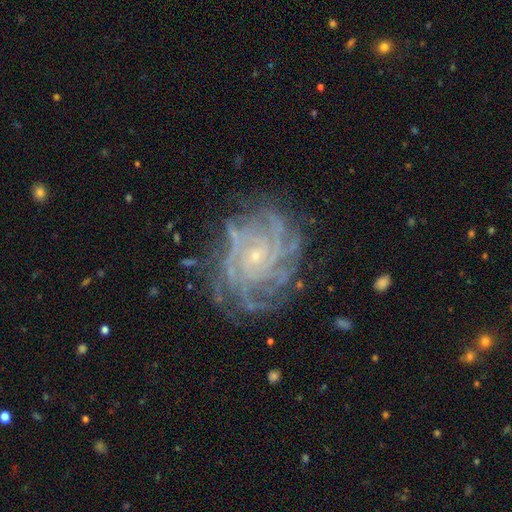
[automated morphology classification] type=featured or disk (89%); edge-on=no (98%); bar=no (77%); spiral arms=yes (97%); winding=tight (78%); arm count=more than 4 (29%); bulge=small (86%); merging=none (75%).